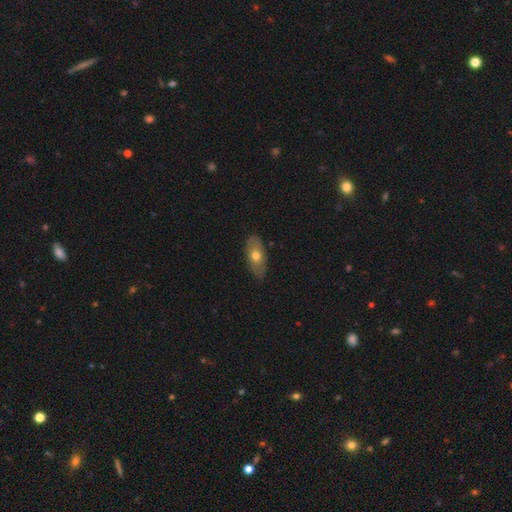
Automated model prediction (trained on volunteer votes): Smooth or featured: smooth — 59% (featured or disk — 35%)
How rounded: in between — 86% (cigar-shaped — 8%)
Merging: none — 80% (minor disturbance — 16%)